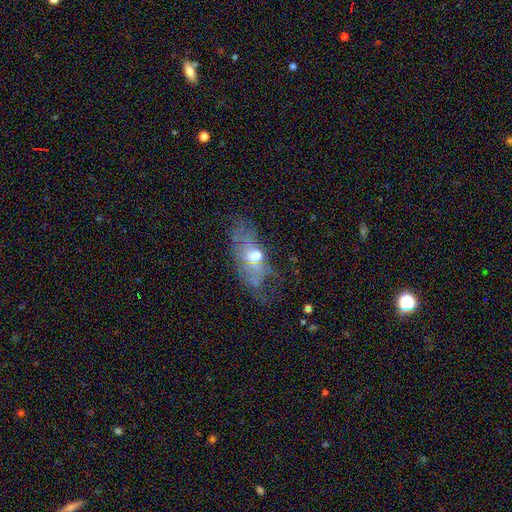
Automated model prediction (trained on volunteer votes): A featured or disk galaxy (51%).

Vote fractions:
- Smooth or featured? featured or disk: 51% / smooth: 32% / star or artifact: 17%
- Edge-on disk? no: 77% / yes: 23%
- Merging? none: 50% / minor disturbance: 24% / major disturbance: 22% / merger: 5%